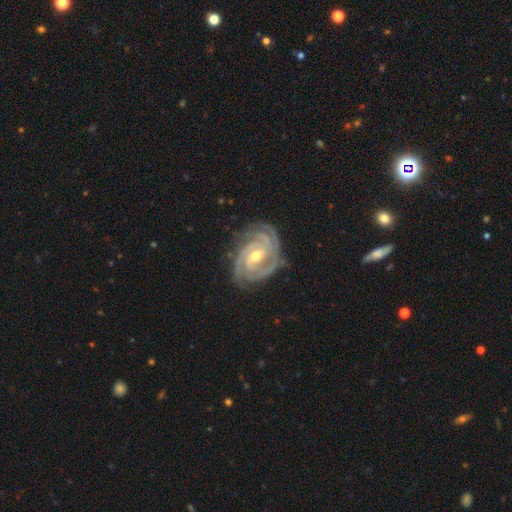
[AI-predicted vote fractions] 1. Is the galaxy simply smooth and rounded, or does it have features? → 92% featured or disk, 4% star or artifact, 3% smooth.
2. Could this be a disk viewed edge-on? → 97% no, 3% yes.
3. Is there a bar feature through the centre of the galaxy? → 43% weak, 33% no, 25% strong.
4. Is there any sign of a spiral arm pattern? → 99% yes, 1% no.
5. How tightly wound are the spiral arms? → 78% tight, 19% medium, 2% loose.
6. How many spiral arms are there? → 40% 3, 25% 4, 13% 2, 10% can't tell, 6% more than 4, 6% 1.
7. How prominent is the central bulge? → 61% moderate, 36% small, 2% large, 1% none, 1% dominant.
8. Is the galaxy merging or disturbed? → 78% none, 16% minor disturbance, 4% major disturbance, 1% merger.